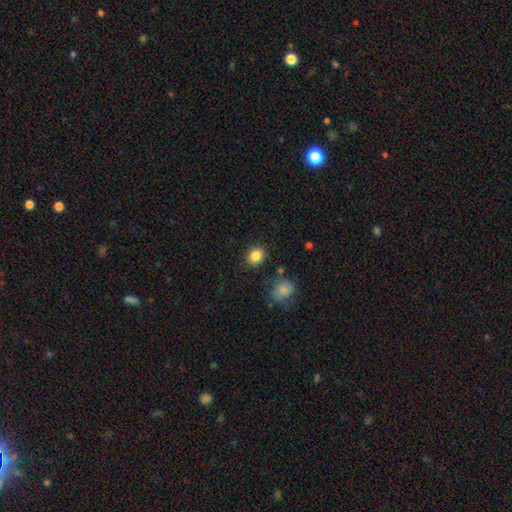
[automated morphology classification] The model was most divided on "how rounded": in between: 52%, round: 47%, cigar-shaped: 1%. More confident: smooth or featured — smooth (85%); merging — none (84%).